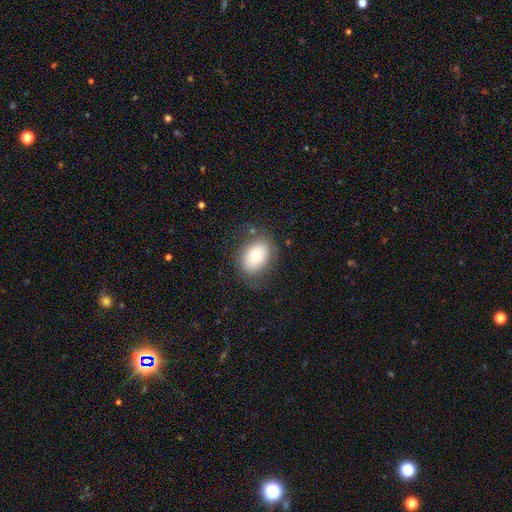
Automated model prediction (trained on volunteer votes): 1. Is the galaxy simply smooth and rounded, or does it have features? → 76% smooth, 16% featured or disk, 8% star or artifact.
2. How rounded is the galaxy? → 72% in between, 27% round, 1% cigar-shaped.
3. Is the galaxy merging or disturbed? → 71% none, 19% minor disturbance, 8% major disturbance, 2% merger.